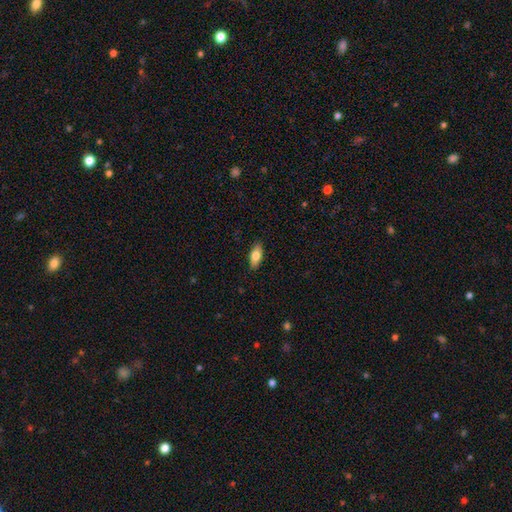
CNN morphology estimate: The model was most divided on "smooth or featured": smooth: 76%, featured or disk: 17%, star or artifact: 7%. More confident: merging — none (88%); how rounded — in between (85%).